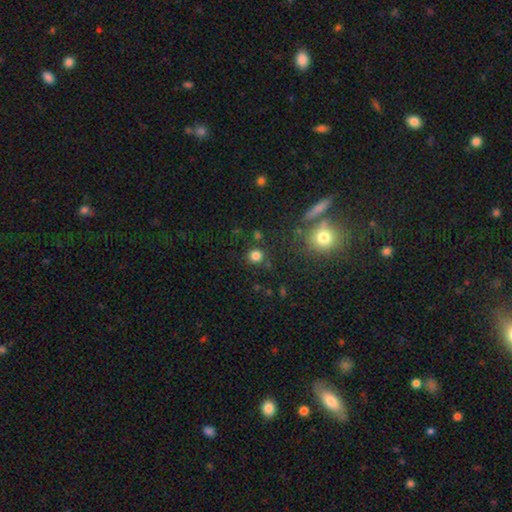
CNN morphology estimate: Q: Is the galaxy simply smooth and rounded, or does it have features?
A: smooth — 80%.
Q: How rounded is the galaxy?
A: round — 92%.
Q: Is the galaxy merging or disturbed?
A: none — 85%.